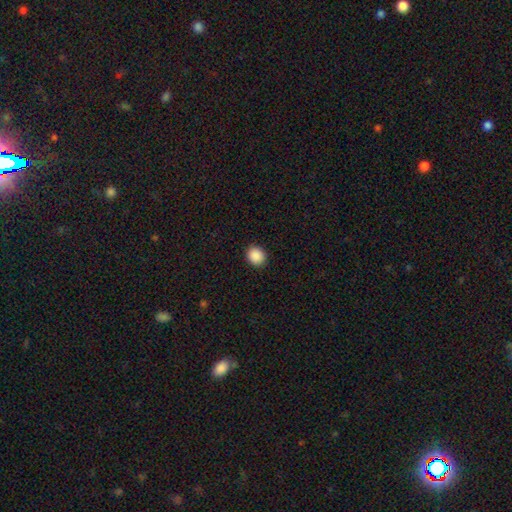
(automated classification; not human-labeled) The model was most divided on "how rounded": round: 68%, in between: 31%, cigar-shaped: 1%. More confident: merging — none (91%); smooth or featured — smooth (90%).